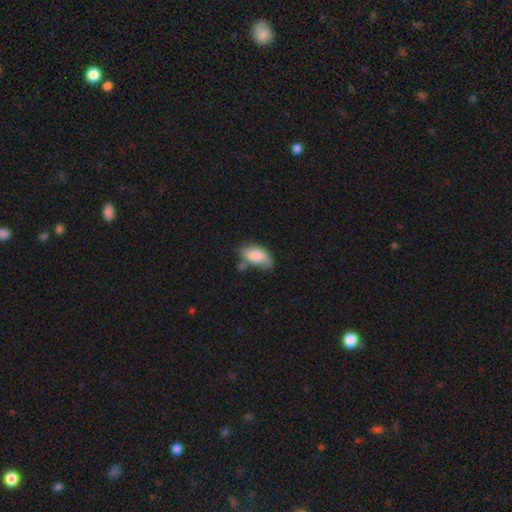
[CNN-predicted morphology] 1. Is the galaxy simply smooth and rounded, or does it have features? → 75% smooth, 18% featured or disk, 7% star or artifact.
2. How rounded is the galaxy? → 92% in between, 4% round, 4% cigar-shaped.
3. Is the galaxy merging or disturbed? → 44% none, 33% minor disturbance, 11% merger, 11% major disturbance.